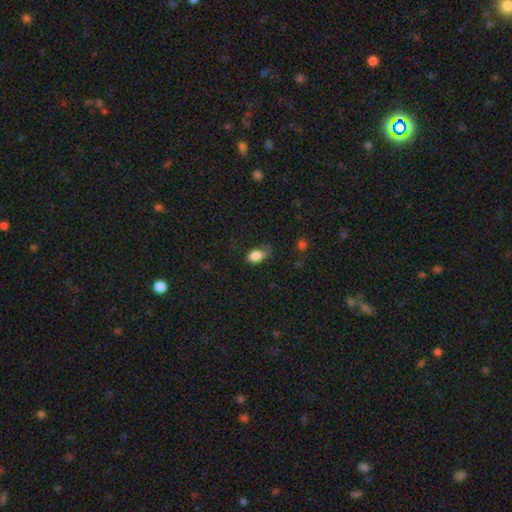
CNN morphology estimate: Smooth or featured?
  - smooth: 84% *
  - star or artifact: 8%
  - featured or disk: 8%
How rounded?
  - in between: 86% *
  - round: 11%
  - cigar-shaped: 3%
Merging?
  - none: 45% *
  - minor disturbance: 38%
  - major disturbance: 15%
  - merger: 2%